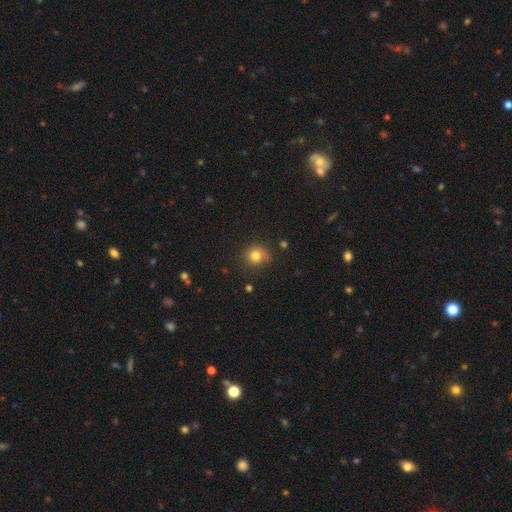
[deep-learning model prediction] Smooth or featured?
  - smooth: 80% *
  - star or artifact: 13%
  - featured or disk: 7%
How rounded?
  - round: 84% *
  - in between: 15%
  - cigar-shaped: 1%
Merging?
  - none: 75% *
  - minor disturbance: 19%
  - major disturbance: 5%
  - merger: 2%